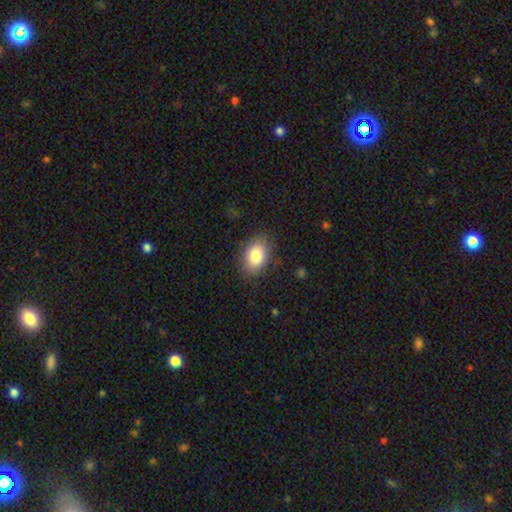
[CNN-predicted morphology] smooth_or_featured: smooth (p=0.84) [alt: featured or disk p=0.09]
how_rounded: in between (p=0.83) [alt: round p=0.15]
merging: none (p=0.81) [alt: minor disturbance p=0.14]